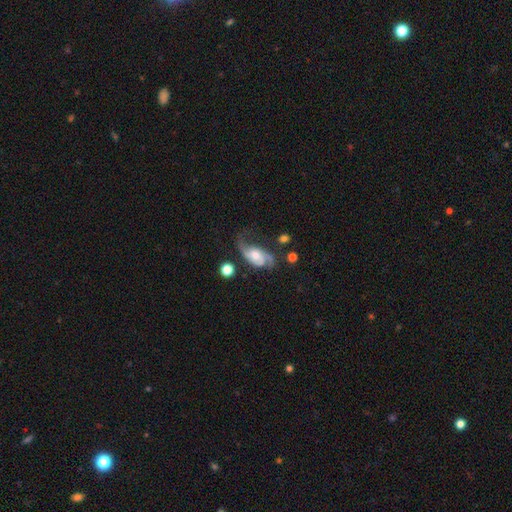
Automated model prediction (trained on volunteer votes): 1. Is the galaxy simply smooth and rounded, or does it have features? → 83% featured or disk, 11% smooth, 6% star or artifact.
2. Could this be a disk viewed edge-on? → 96% no, 4% yes.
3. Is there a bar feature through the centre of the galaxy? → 60% no, 32% weak, 8% strong.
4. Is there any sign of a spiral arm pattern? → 96% yes, 4% no.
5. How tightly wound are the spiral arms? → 44% medium, 38% loose, 18% tight.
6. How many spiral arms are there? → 77% 2, 8% 3, 6% can't tell, 5% 1, 2% 4, 2% more than 4.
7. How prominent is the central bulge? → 57% moderate, 26% small, 11% large, 4% none, 2% dominant.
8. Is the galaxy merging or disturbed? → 51% none, 23% minor disturbance, 21% major disturbance, 5% merger.